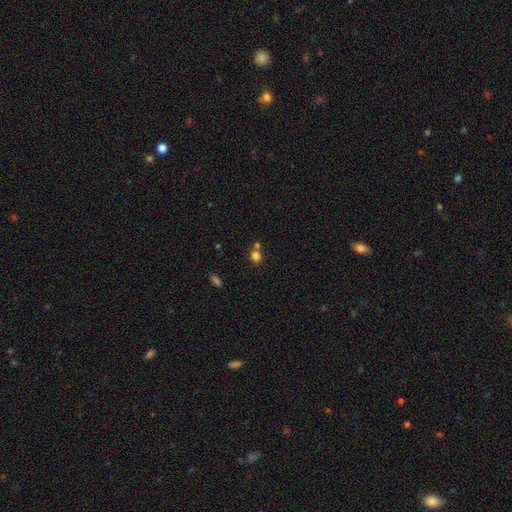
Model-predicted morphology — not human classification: Overall: smooth (79%). How rounded: round (78%). Merging: none (56%; merger 32%).